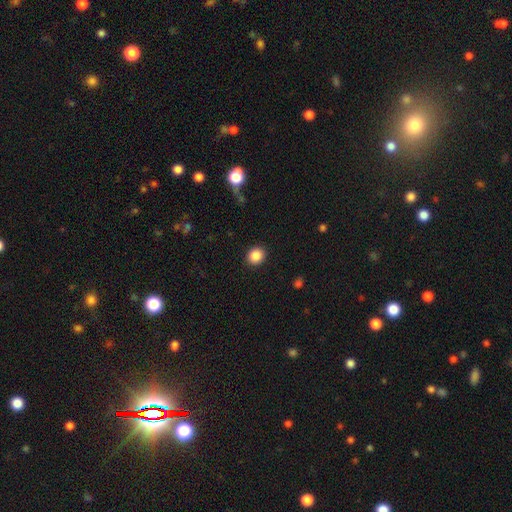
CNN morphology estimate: type=smooth (87%); roundness=round (77%); merging=none (90%).